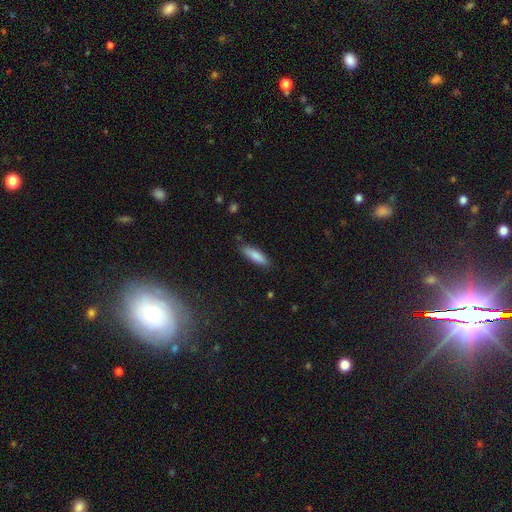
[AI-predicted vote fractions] A smooth galaxy with no disk features (83%) that is cigar-shaped (61%).

Vote fractions:
- Smooth or featured? smooth: 83% / featured or disk: 11% / star or artifact: 6%
- How rounded? cigar-shaped: 61% / in between: 37% / round: 1%
- Merging? none: 84% / minor disturbance: 12% / major disturbance: 2% / merger: 2%